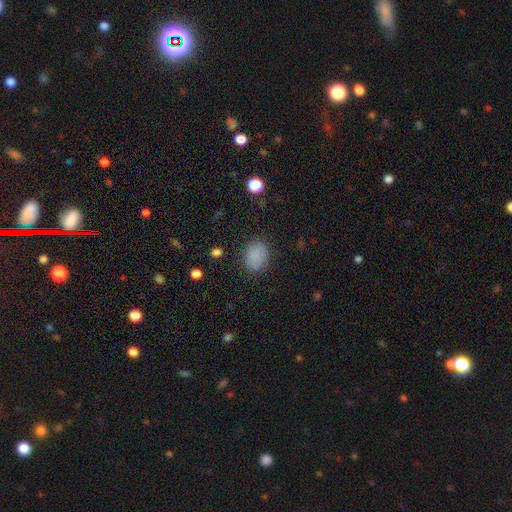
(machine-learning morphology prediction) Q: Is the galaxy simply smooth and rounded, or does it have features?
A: smooth — 85%.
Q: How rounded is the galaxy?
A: in between — 66%.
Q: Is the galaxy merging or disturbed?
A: none — 82%.